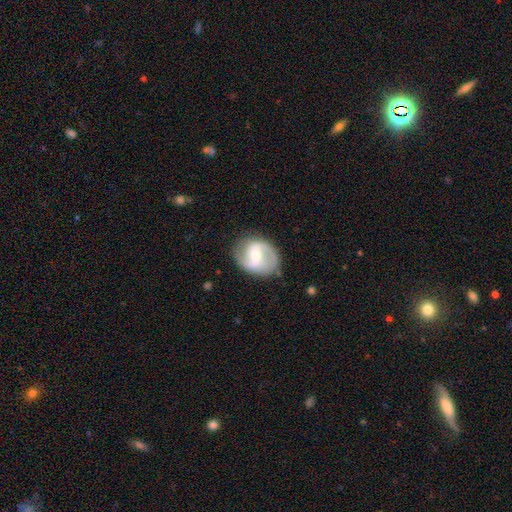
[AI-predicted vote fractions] The model was most divided on "bulge size": small: 48%, moderate: 46%, large: 3%, none: 2%, dominant: 1%. Remaining: edge-on disk — no (97%); spiral arms — yes (90%); spiral arm count — 2 (87%); merging — none (79%); smooth or featured — featured or disk (76%); spiral winding — medium (48%); bar — weak (47%).